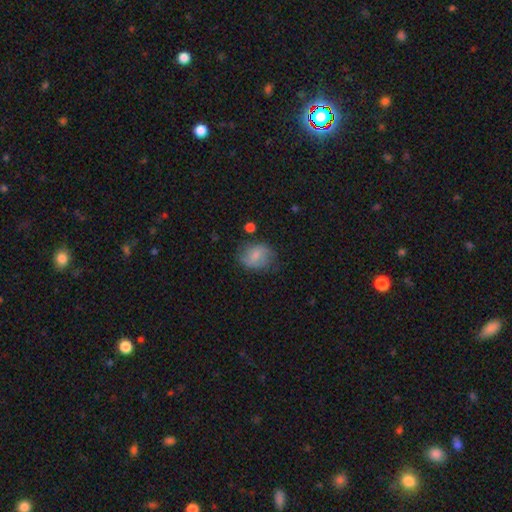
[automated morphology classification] The model was most divided on "how rounded": round: 53%, in between: 46%, cigar-shaped: 1%. More confident: merging — none (62%); smooth or featured — smooth (61%).